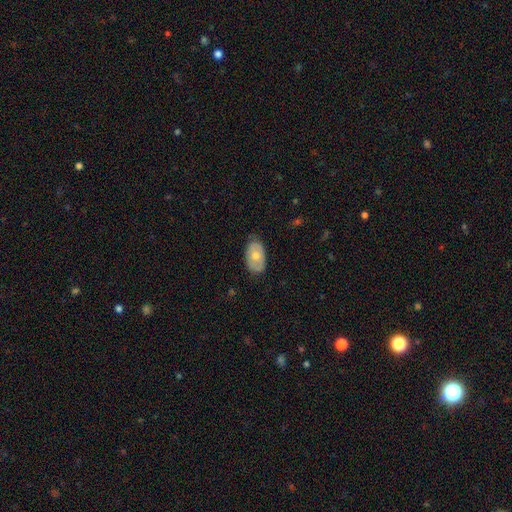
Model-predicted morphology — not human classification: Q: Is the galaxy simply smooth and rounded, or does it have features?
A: smooth — 64%.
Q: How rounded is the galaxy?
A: in between — 92%.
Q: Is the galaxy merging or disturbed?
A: none — 75%.